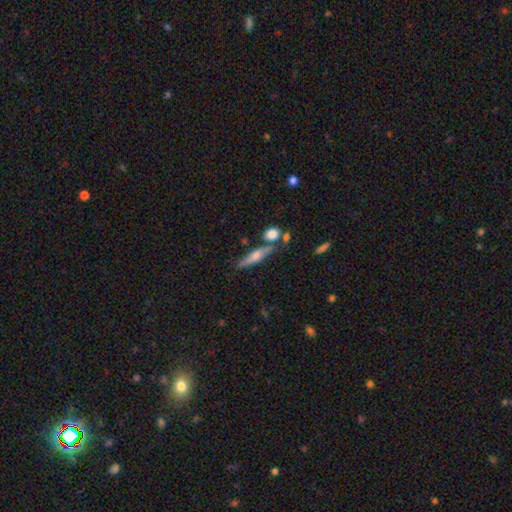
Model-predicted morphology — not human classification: This is possibly a featured or disk galaxy (48%). Merging: likely none (68%).